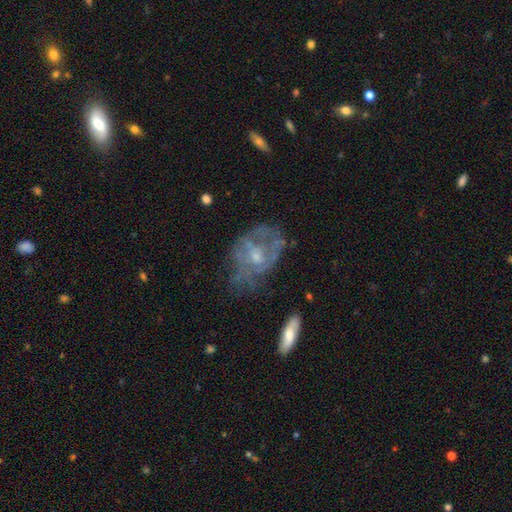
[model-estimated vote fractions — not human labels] A featured or disk galaxy (67%) with no bar (73%), no spiral arms (58%) and a small central bulge (51%). Merging: none (44%).